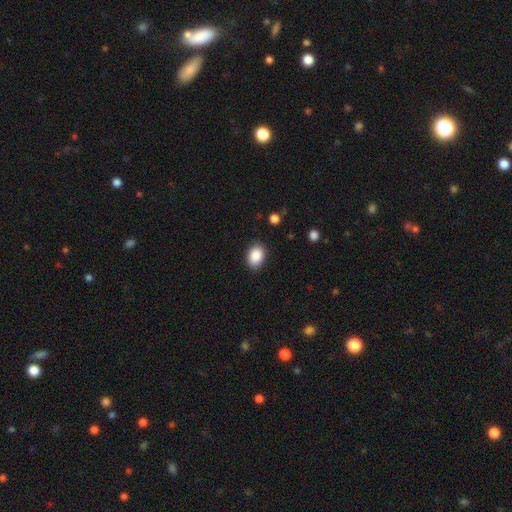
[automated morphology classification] This appears to be a smooth galaxy with no disk features (89%) that is in between round and cigar-shaped (72%). Merging: none (86%).